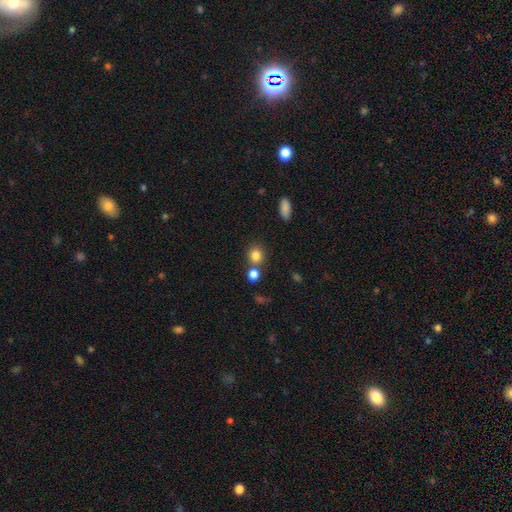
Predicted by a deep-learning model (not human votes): Smooth or featured? Predicted: smooth (p=0.83). How rounded? Predicted: round (p=0.77). Merging? Predicted: none (p=0.67).